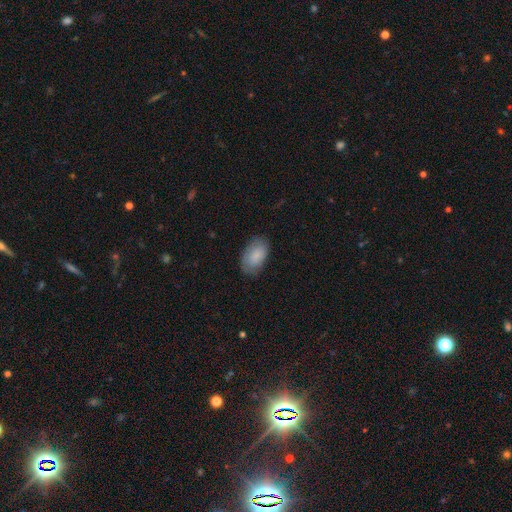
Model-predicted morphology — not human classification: Smooth or featured? Predicted: smooth (p=0.83). How rounded? Predicted: in between (p=0.93). Merging? Predicted: none (p=0.76).